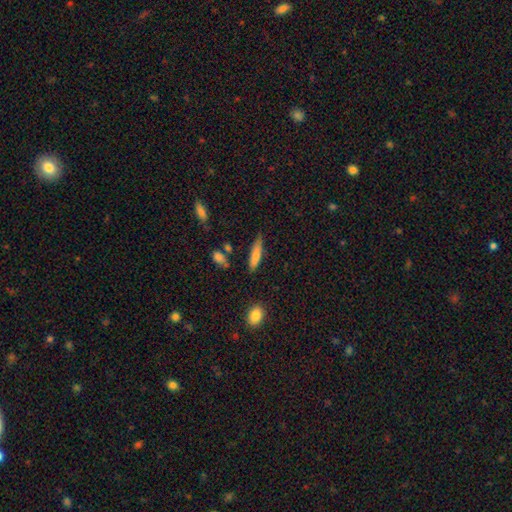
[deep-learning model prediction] smooth 77%, featured or disk 16%, star or artifact 7%. Down the decision tree: how rounded — cigar-shaped (72%); merging — none (69%).